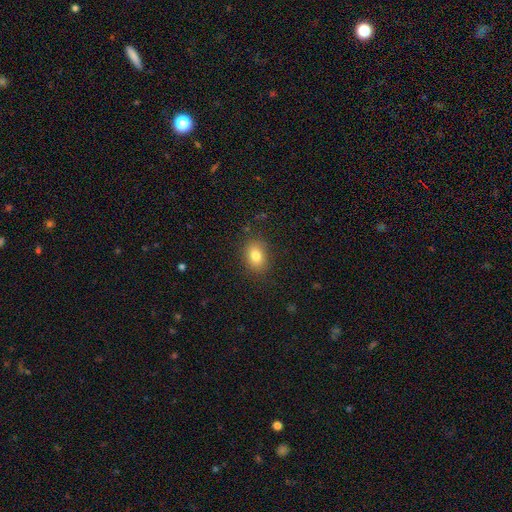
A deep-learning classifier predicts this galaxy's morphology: This is clearly a smooth galaxy (81%). How rounded: likely in between (70%). Merging: clearly none (85%).